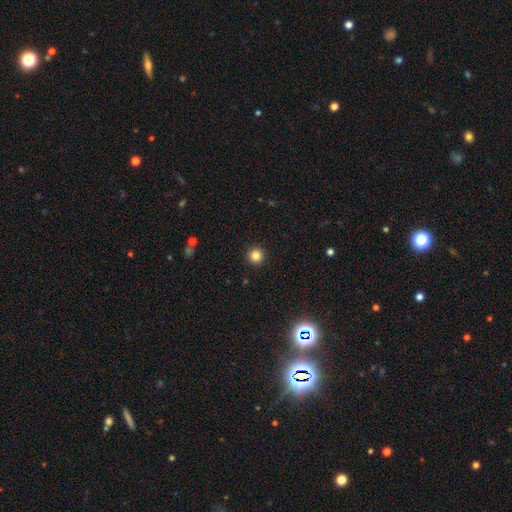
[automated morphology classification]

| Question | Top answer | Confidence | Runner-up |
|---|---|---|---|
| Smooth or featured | smooth | 83% | star or artifact (12%) |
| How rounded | round | 96% | in between (3%) |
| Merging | none | 93% | minor disturbance (4%) |